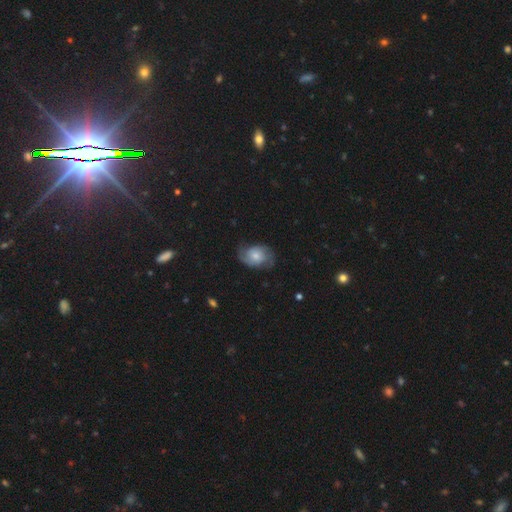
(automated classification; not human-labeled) Morphology: type=featured or disk (57%); edge-on=no (97%); bar=no (72%); spiral arms=yes (87%); bulge=small (43%); merging=none (62%).